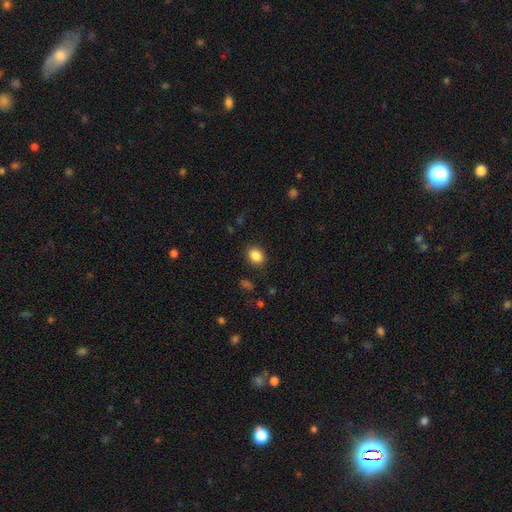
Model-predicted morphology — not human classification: Overall: smooth (86%). How rounded: in between (56%; round 43%). Merging: none (86%).